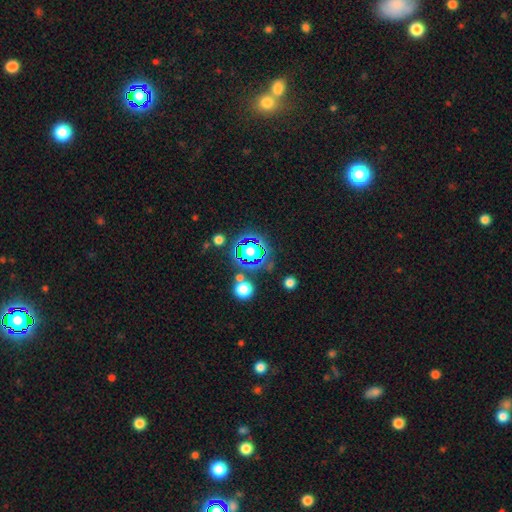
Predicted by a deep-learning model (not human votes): Smooth or featured?
  - star or artifact: 77% *
  - smooth: 15%
  - featured or disk: 8%